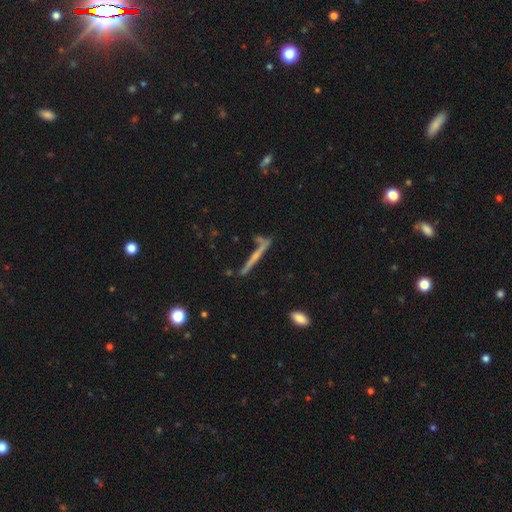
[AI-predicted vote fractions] A featured or disk galaxy (60%) viewed edge-on (95%) with no central bulge (53%).

Vote fractions:
- Smooth or featured? featured or disk: 60% / smooth: 31% / star or artifact: 9%
- Edge-on disk? yes: 95% / no: 5%
- Edge-on bulge? none: 53% / rounded: 39% / boxy: 8%
- Merging? none: 70% / minor disturbance: 16% / merger: 8% / major disturbance: 6%